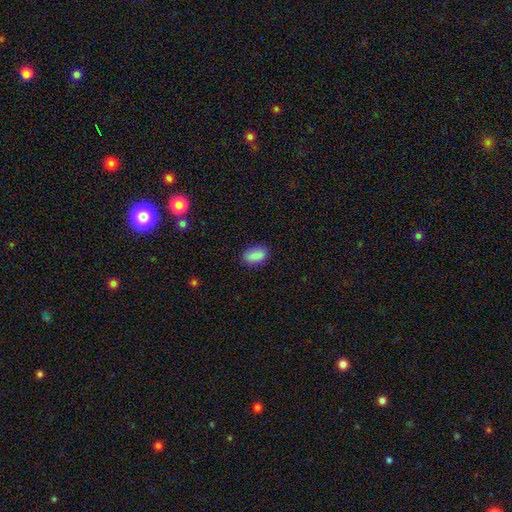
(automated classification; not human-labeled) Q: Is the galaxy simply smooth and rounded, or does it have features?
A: smooth — 89%.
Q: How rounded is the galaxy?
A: in between — 91%.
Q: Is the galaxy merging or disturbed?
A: none — 85%.